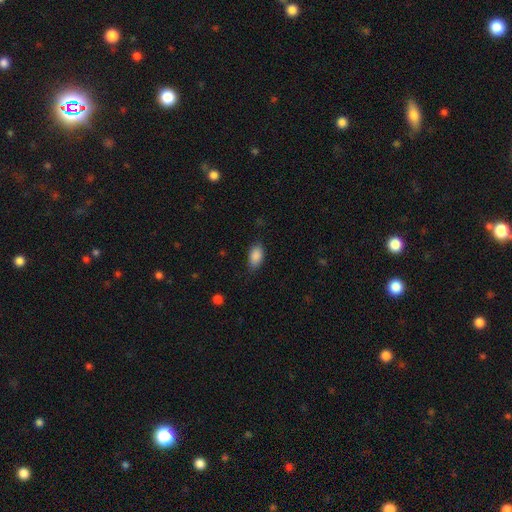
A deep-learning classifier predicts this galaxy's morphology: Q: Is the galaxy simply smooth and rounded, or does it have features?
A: smooth — 89%.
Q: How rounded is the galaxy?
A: in between — 92%.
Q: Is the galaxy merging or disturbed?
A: none — 77%.